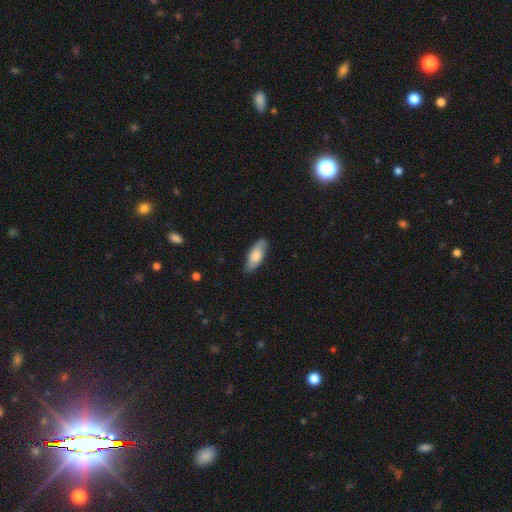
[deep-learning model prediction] Morphology: type=smooth (72%); roundness=in between (78%); merging=none (81%).